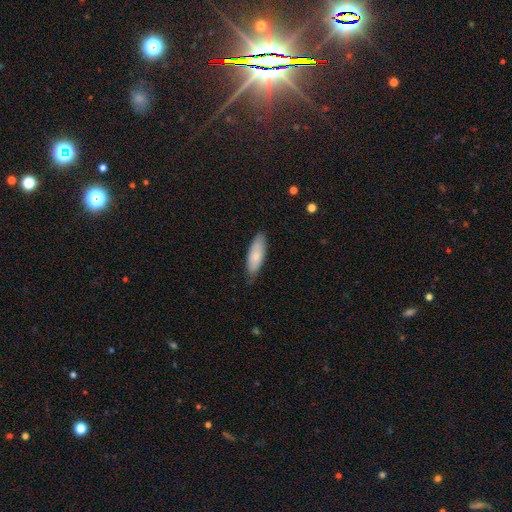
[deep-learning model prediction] smooth_or_featured: smooth (p=0.80) [alt: featured or disk p=0.14]
how_rounded: in between (p=0.63) [alt: cigar-shaped p=0.35]
merging: none (p=0.77) [alt: minor disturbance p=0.19]